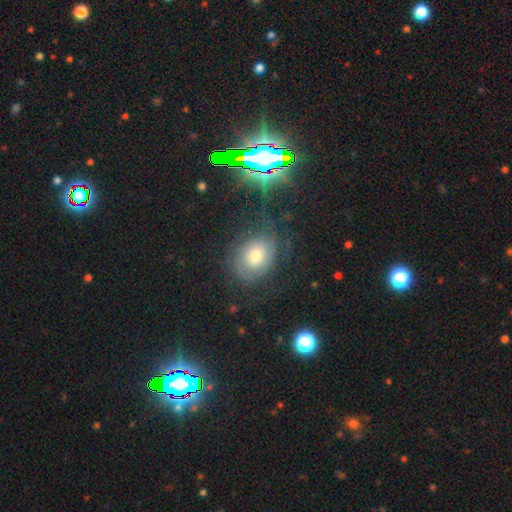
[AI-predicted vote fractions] Smooth or featured? featured or disk (53%)
Edge-on disk? no (96%)
Bar? no (78%)
Spiral arms? yes (82%)
Bulge size? moderate (54%)
Merging? none (69%)